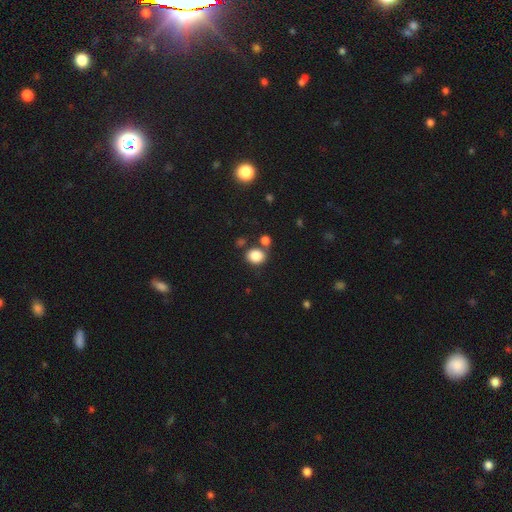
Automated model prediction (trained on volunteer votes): Smooth or featured?
  - smooth: 85% *
  - star or artifact: 10%
  - featured or disk: 5%
How rounded?
  - round: 58% *
  - in between: 41%
  - cigar-shaped: 1%
Merging?
  - none: 65% *
  - merger: 19%
  - minor disturbance: 12%
  - major disturbance: 4%